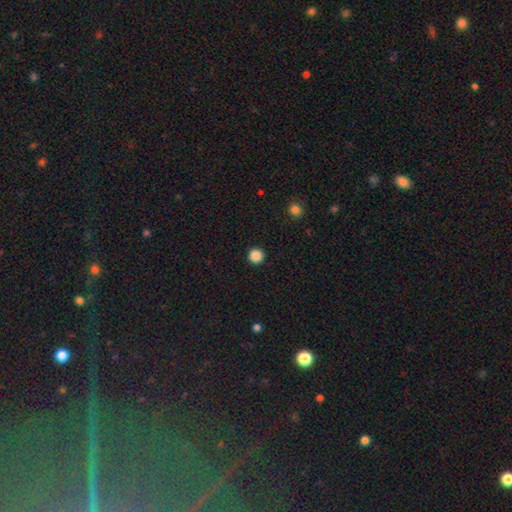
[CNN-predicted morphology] Overall: smooth (87%). How rounded: round (96%). Merging: none (94%).